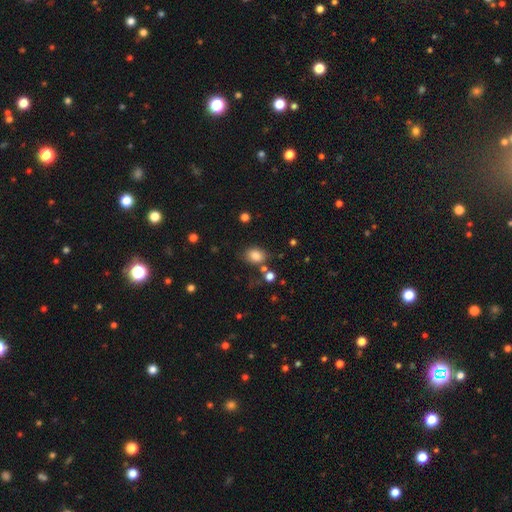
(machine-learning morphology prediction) A smooth galaxy with no disk features (82%) that is in between round and cigar-shaped (63%). Merging: none (71%).